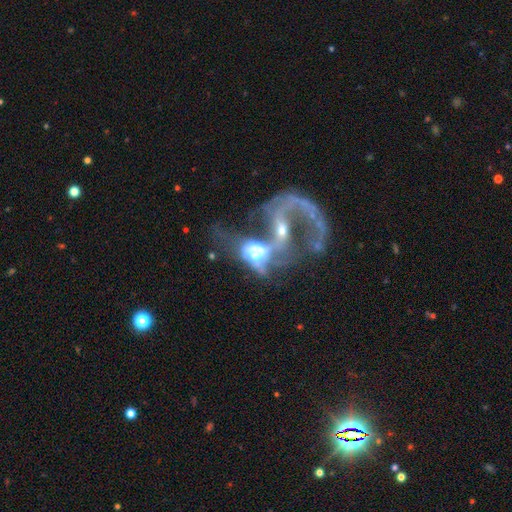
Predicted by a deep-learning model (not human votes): The model was most divided on "spiral arms": yes: 54%, no: 46%. Remaining: edge-on disk — no (95%); merging — merger (70%); smooth or featured — featured or disk (68%); bar — no (62%); bulge size — moderate (42%).